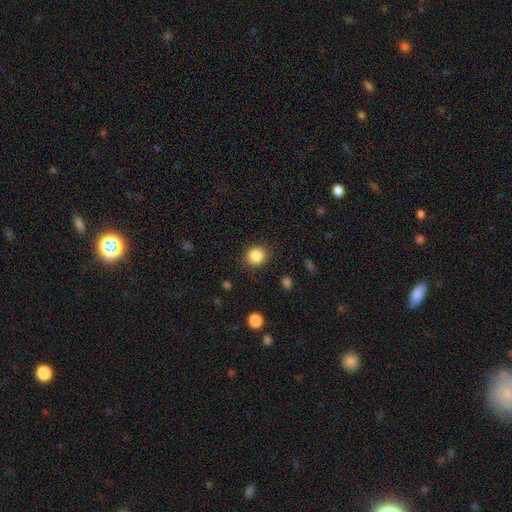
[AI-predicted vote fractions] smooth_or_featured: smooth (p=0.87) [alt: star or artifact p=0.10]
how_rounded: round (p=0.85) [alt: in between p=0.14]
merging: none (p=0.87) [alt: minor disturbance p=0.09]